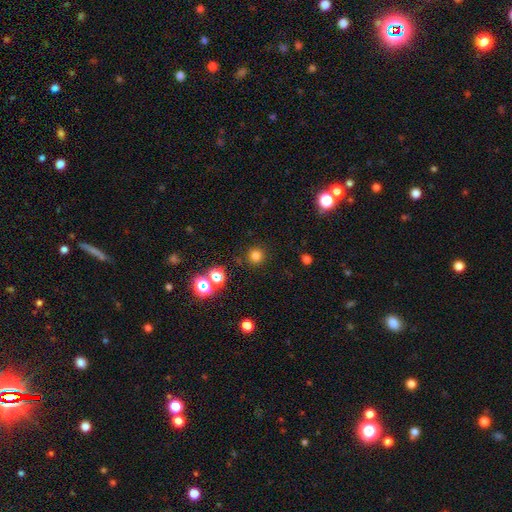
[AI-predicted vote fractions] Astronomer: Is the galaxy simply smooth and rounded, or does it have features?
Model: smooth — 75%.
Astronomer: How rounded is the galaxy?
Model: round — 95%.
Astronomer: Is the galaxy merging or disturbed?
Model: none — 88%.